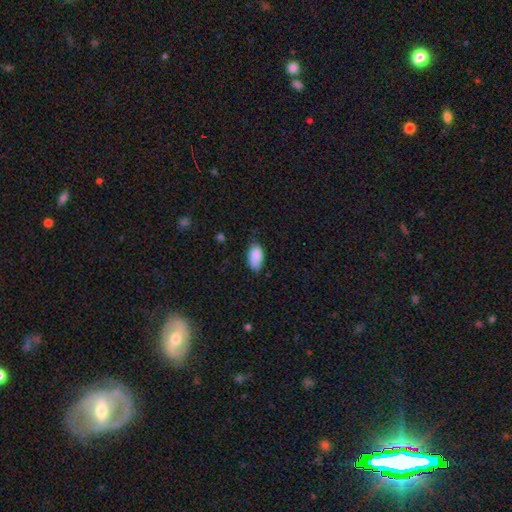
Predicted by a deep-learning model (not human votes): The model was most divided on "merging": none: 58%, minor disturbance: 34%, major disturbance: 6%, merger: 2%. More confident: how rounded — in between (94%); smooth or featured — smooth (86%).